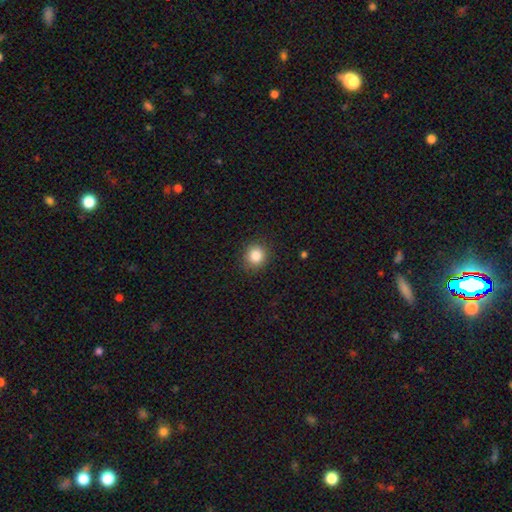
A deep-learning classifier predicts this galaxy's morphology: This is clearly a smooth galaxy (84%). How rounded: clearly round (89%). Merging: clearly none (89%).